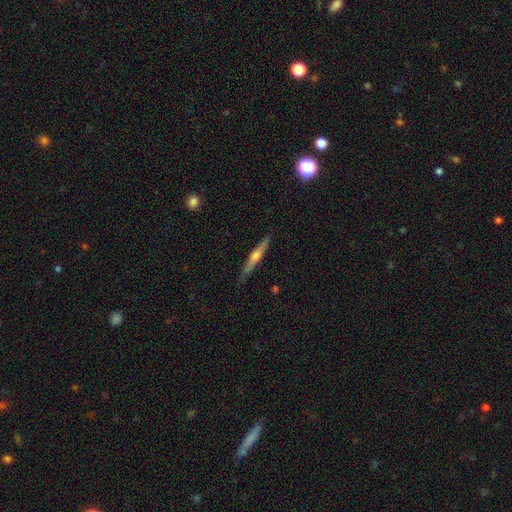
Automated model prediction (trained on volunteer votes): Morphology: type=featured or disk (63%); edge-on=yes (97%); edge-on bulge=rounded (79%); merging=none (87%).